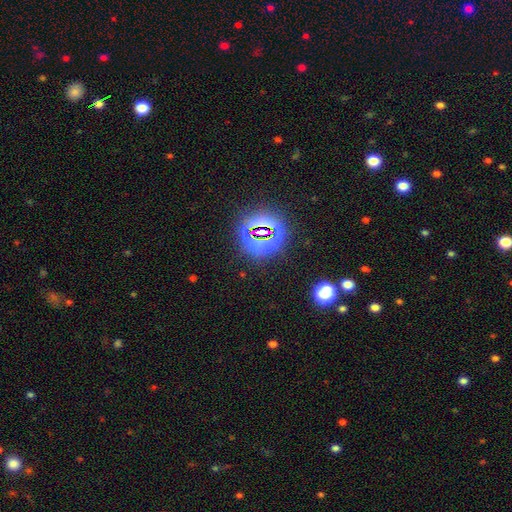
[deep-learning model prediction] Smooth or featured? Predicted: star or artifact (p=0.83).